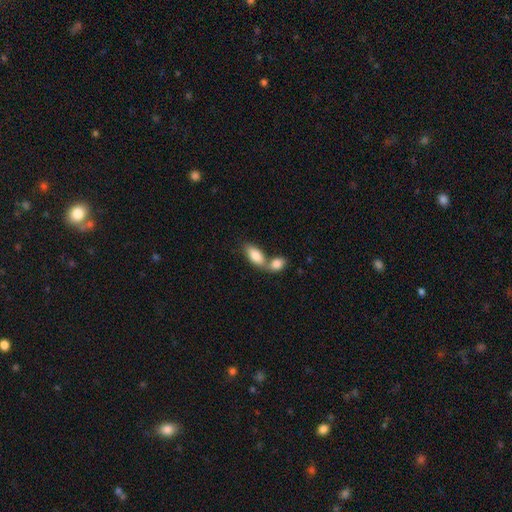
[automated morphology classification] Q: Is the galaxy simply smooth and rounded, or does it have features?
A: smooth — 83%.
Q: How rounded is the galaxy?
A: in between — 90%.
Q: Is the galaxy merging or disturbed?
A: merger — 60%.